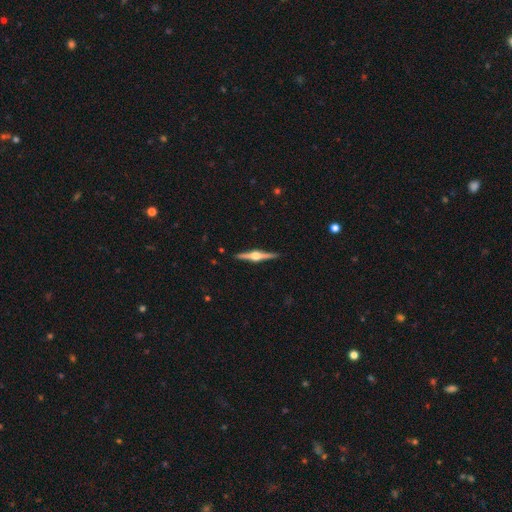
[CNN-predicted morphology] Overall: featured or disk (86%). Edge-on disk: yes (99%). Edge-on bulge: rounded (95%). Merging: none (92%).